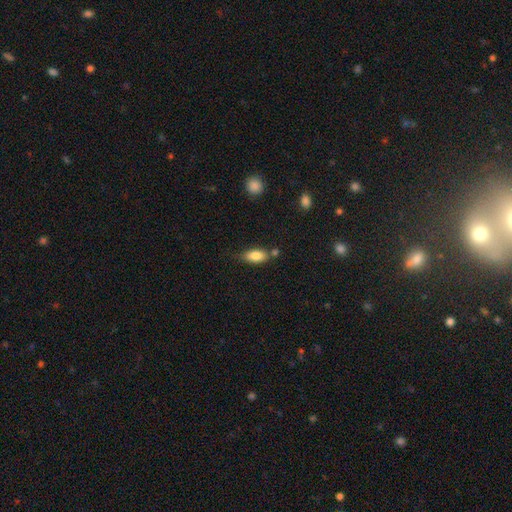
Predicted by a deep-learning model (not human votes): Morphology: type=smooth (84%); roundness=in between (87%); merging=none (63%).